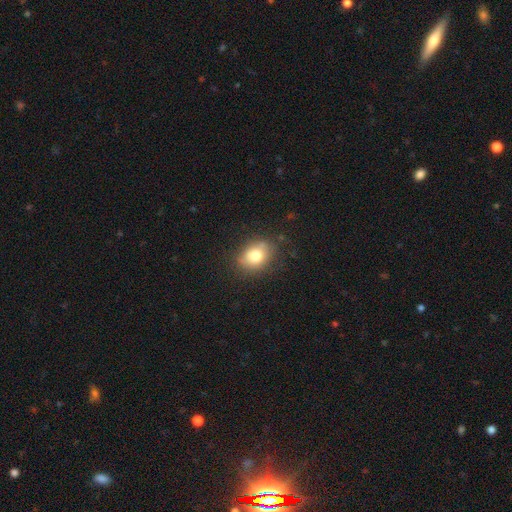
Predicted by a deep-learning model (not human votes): A smooth galaxy with no disk features (75%) that is in between round and cigar-shaped (59%). Merging: none (76%).